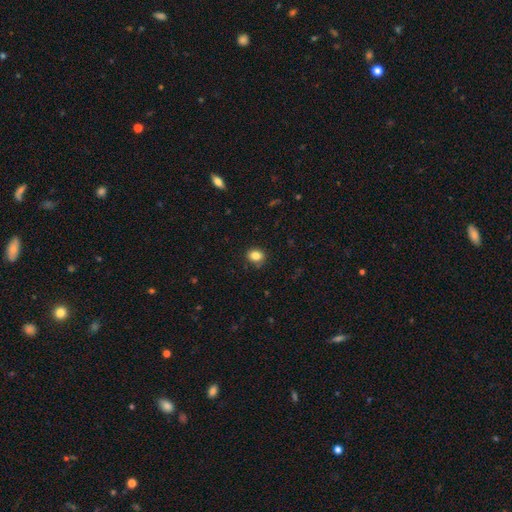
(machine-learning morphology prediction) Smooth or featured: smooth — 84% (star or artifact — 10%)
How rounded: round — 55% (in between — 44%)
Merging: none — 86% (minor disturbance — 10%)